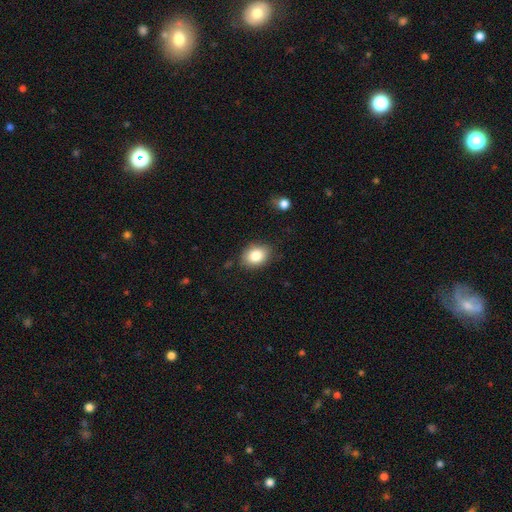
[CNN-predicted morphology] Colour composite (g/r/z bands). It shows a smooth galaxy with no disk features (82%) that is in between round and cigar-shaped (68%). Merging: none (83%).